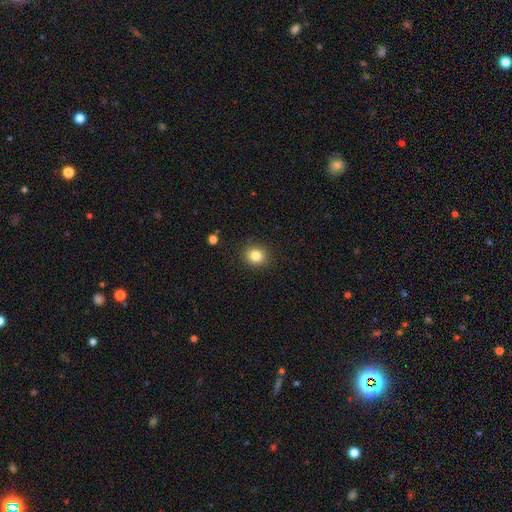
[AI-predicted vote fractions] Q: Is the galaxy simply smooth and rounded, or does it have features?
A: smooth — 83%.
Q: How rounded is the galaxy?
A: round — 82%.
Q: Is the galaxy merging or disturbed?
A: none — 89%.